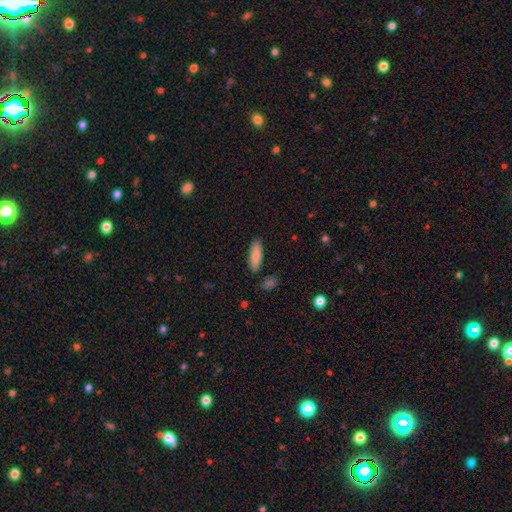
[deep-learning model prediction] The model was most divided on "how rounded": in between: 55%, cigar-shaped: 43%, round: 2%. More confident: merging — none (86%); smooth or featured — smooth (86%).